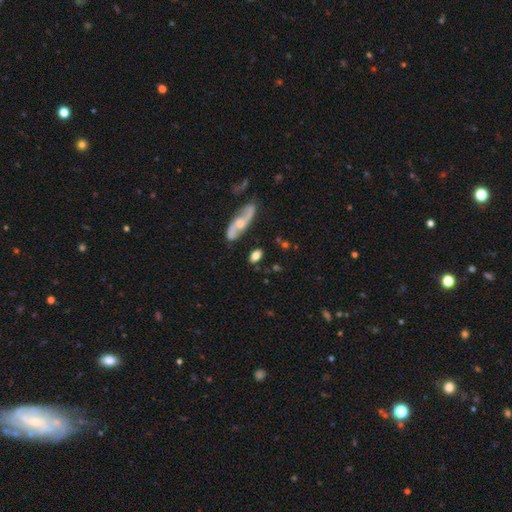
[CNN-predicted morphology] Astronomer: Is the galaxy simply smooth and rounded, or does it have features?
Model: smooth — 68%.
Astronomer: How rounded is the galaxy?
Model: in between — 79%.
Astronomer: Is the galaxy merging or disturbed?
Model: none — 73%.